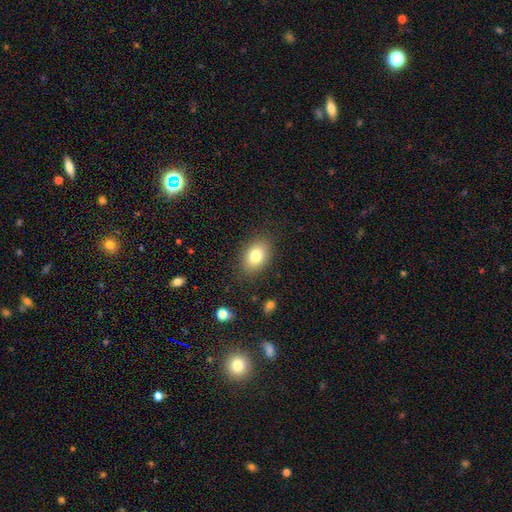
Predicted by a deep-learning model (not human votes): A smooth galaxy with no disk features (80%) that is in between round and cigar-shaped (80%). Merging: none (85%).